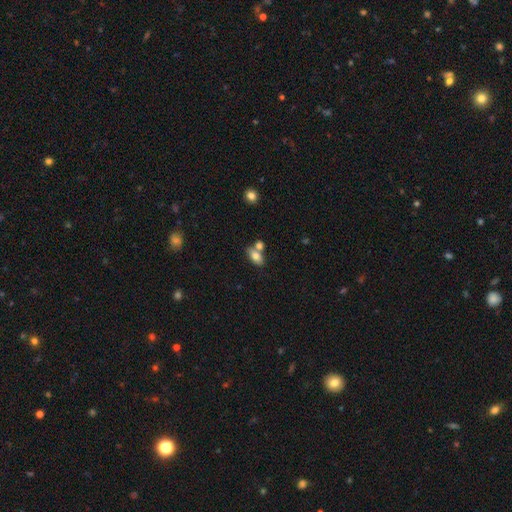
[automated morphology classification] smooth_or_featured: smooth (p=0.76) [alt: featured or disk p=0.16]
how_rounded: in between (p=0.87) [alt: round p=0.07]
merging: none (p=0.50) [alt: merger p=0.35]